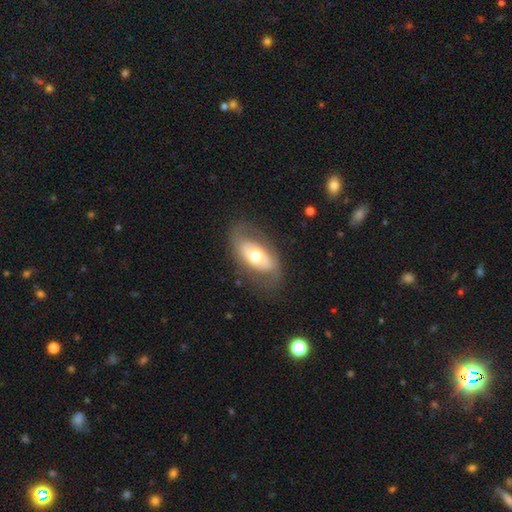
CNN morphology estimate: Smooth or featured: featured or disk — 56% (smooth — 38%)
Edge-on disk: no — 89% (yes — 11%)
Merging: none — 73% (minor disturbance — 16%)